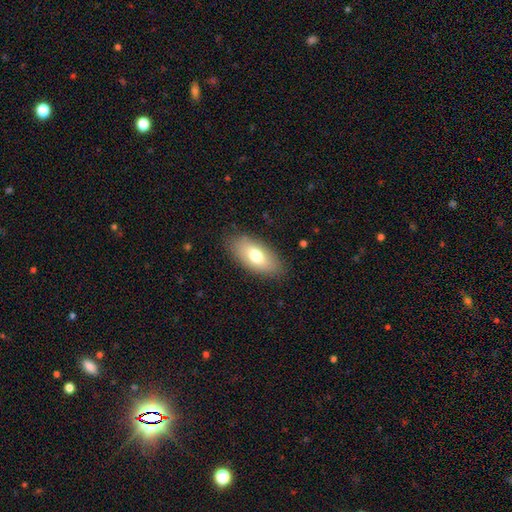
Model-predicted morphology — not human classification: Smooth or featured? smooth (72%)
How rounded? in between (89%)
Merging? none (84%)